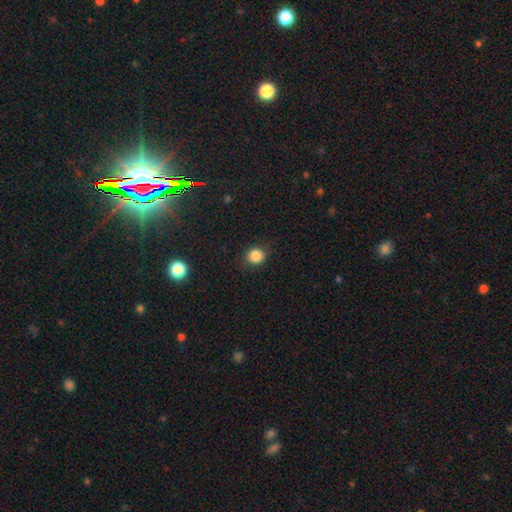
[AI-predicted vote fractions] Q: Smooth or featured?
A: smooth (85%); runner-up: star or artifact (11%)
Q: How rounded?
A: round (86%); runner-up: in between (13%)
Q: Merging?
A: none (87%); runner-up: minor disturbance (9%)